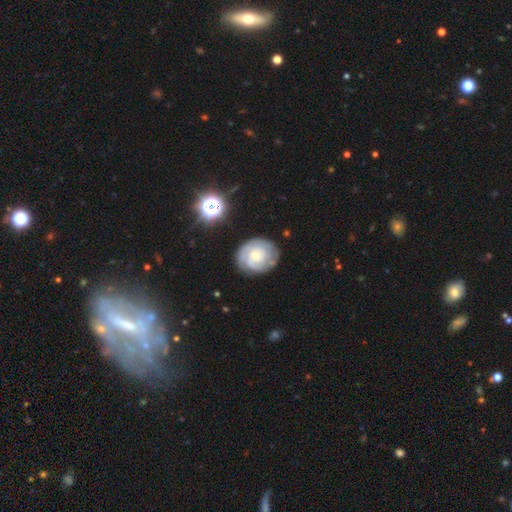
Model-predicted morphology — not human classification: Smooth or featured? Predicted: featured or disk (p=0.73). Edge-on disk? Predicted: no (p=0.98). Bar? Predicted: no (p=0.75). Spiral arms? Predicted: yes (p=0.91). Spiral winding? Predicted: tight (p=0.68). Spiral arm count? Predicted: can't tell (p=0.38). Bulge size? Predicted: small (p=0.65). Merging? Predicted: none (p=0.74).